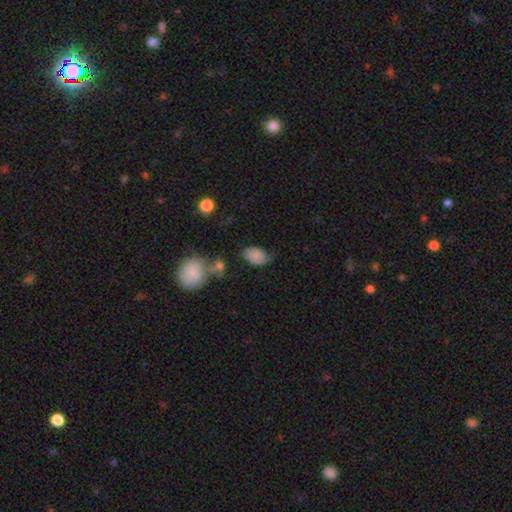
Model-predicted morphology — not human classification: The model was most divided on "merging": none: 51%, minor disturbance: 30%, major disturbance: 12%, merger: 7%. More confident: how rounded — in between (81%); smooth or featured — smooth (80%).